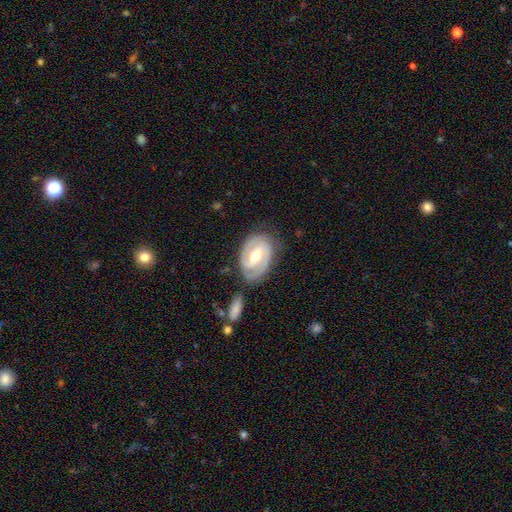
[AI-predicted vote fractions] featured or disk 83%, smooth 13%, star or artifact 4%. Down the decision tree: edge-on disk — no (96%); bar — weak (43%); spiral arms — yes (93%); spiral arm count — 2 (82%); spiral winding — tight (56%); bulge size — moderate (70%); merging — none (73%).